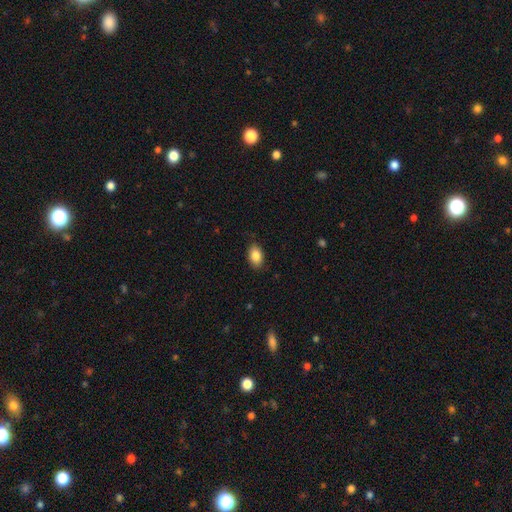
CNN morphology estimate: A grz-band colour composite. It shows a smooth galaxy with no disk features (86%) that is in between round and cigar-shaped (88%). Merging: none (85%).